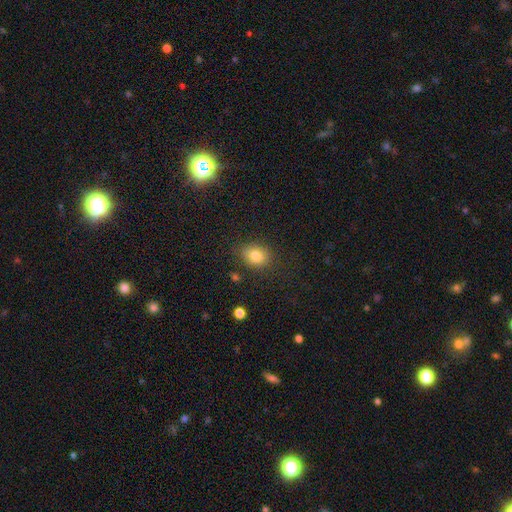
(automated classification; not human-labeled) smooth 80%, star or artifact 10%, featured or disk 10%. Down the decision tree: how rounded — in between (58%); merging — none (81%).